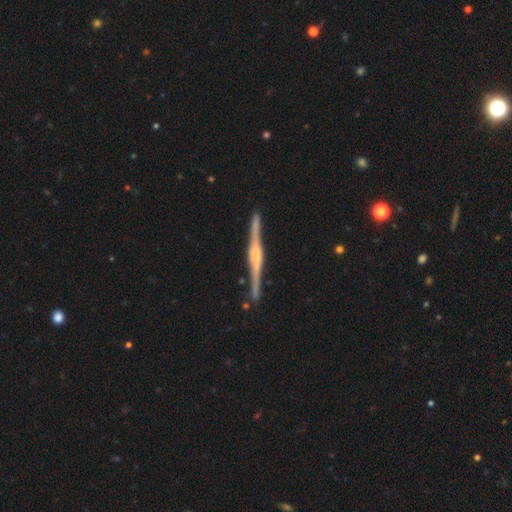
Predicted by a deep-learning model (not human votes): This appears to be a featured or disk galaxy (85%) viewed edge-on (98%) with a boxy central bulge (48%). Merging: none (88%).